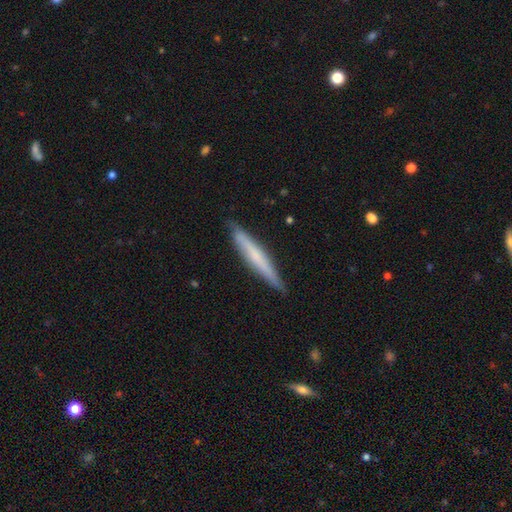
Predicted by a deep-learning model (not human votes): This appears to be a smooth galaxy with no disk features (52%) that is cigar-shaped (95%). Merging: none (87%).